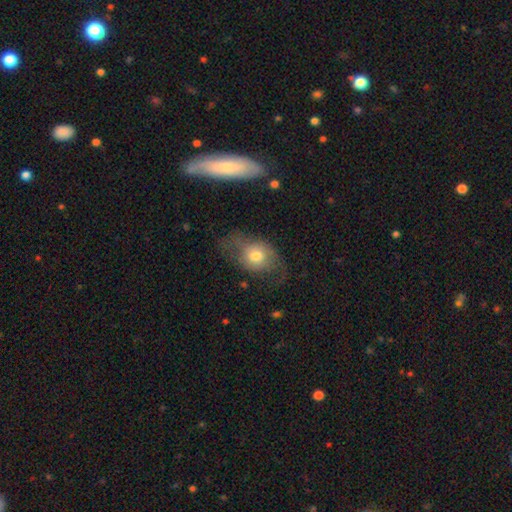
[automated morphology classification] This is possibly a smooth galaxy (54%). How rounded: possibly in between (57%). Merging: marginally none (42%).